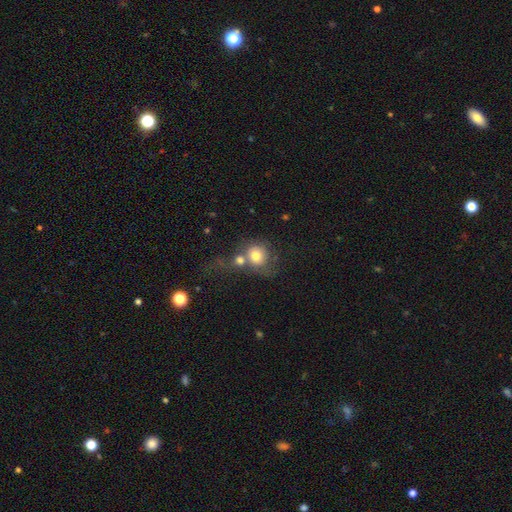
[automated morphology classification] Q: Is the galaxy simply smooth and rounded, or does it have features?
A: smooth — 73%.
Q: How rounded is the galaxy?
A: round — 79%.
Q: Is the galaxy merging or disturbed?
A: merger — 50%.